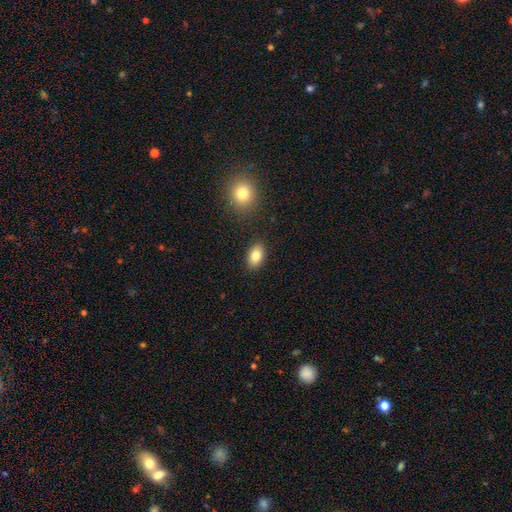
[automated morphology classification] smooth 82%, featured or disk 9%, star or artifact 8%. Down the decision tree: how rounded — in between (88%); merging — none (86%).